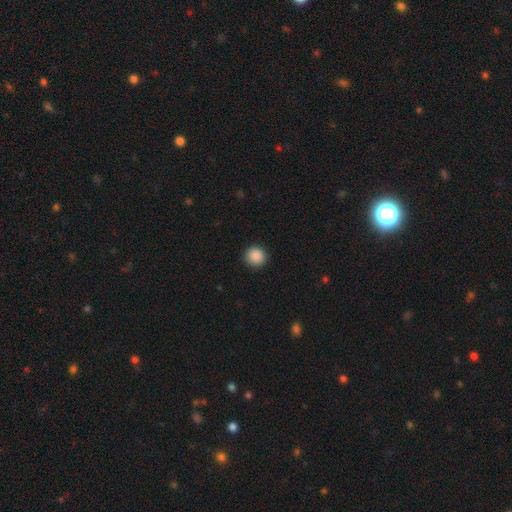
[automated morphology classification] Smooth or featured? Predicted: smooth (p=0.89). How rounded? Predicted: round (p=0.93). Merging? Predicted: none (p=0.92).